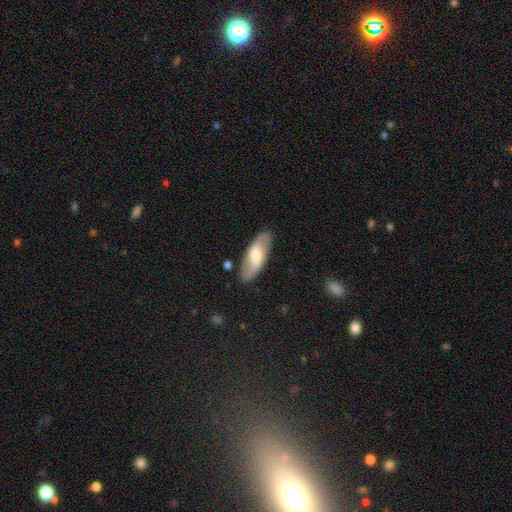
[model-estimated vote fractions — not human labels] Smooth or featured? Predicted: featured or disk (p=0.49). Merging? Predicted: none (p=0.85).